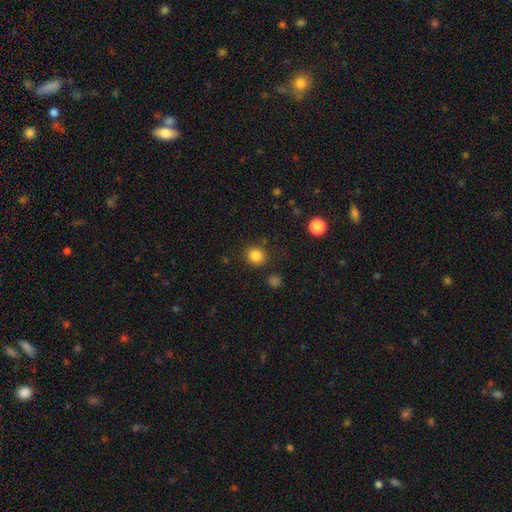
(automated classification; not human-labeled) This is clearly a smooth galaxy (84%). How rounded: clearly round (90%). Merging: clearly none (87%).